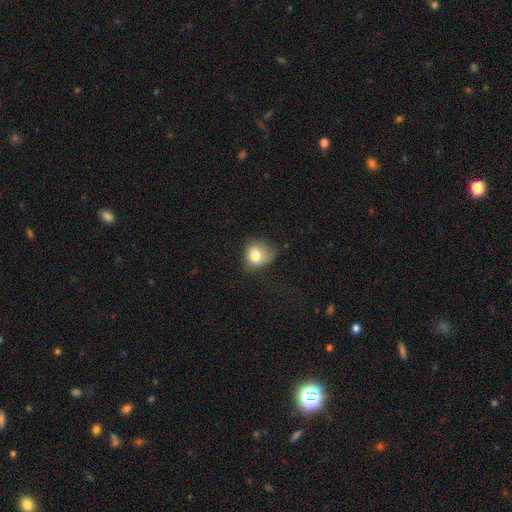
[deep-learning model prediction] smooth_or_featured: smooth (p=0.78) [alt: featured or disk p=0.12]
how_rounded: round (p=0.63) [alt: in between p=0.36]
merging: none (p=0.43) [alt: minor disturbance p=0.35]